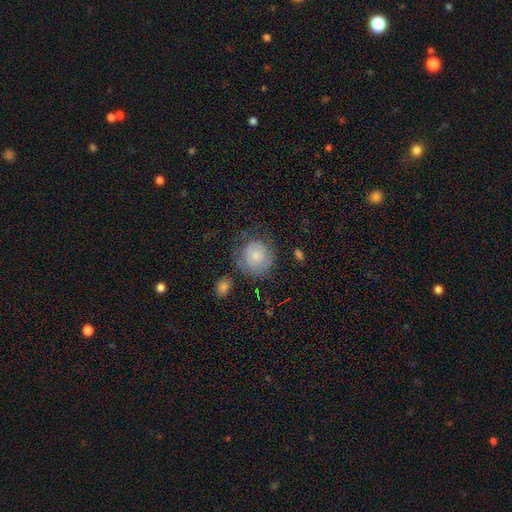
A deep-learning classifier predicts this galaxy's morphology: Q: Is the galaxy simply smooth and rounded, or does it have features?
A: smooth — 75%.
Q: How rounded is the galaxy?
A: round — 88%.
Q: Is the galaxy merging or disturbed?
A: none — 58%.